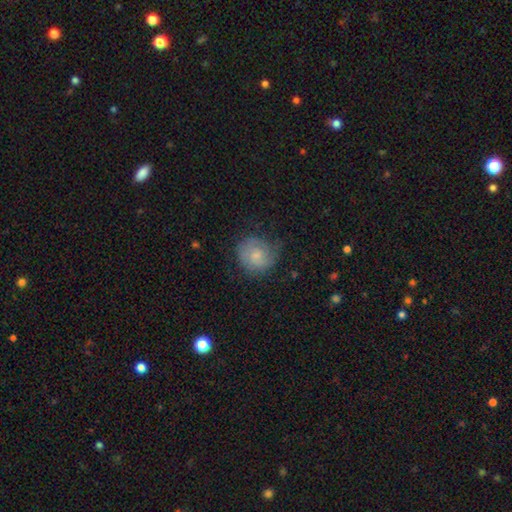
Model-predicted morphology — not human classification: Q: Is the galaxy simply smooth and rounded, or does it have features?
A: smooth — 48%.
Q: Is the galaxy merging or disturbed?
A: none — 68%.